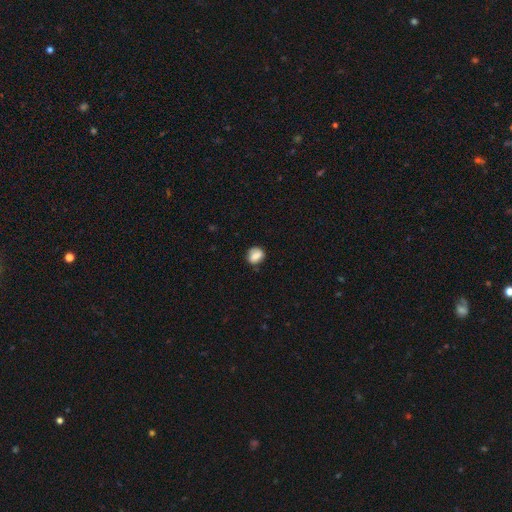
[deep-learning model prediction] The model was most divided on "how rounded": round: 57%, in between: 41%, cigar-shaped: 2%. More confident: smooth or featured — smooth (77%); merging — none (74%).